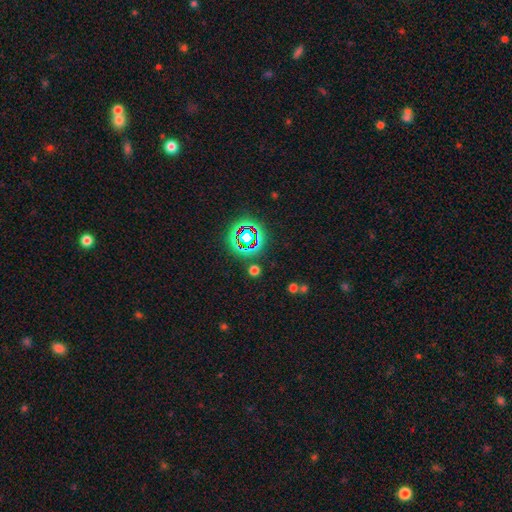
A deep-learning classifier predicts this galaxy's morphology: smooth-or-featured: star or artifact: 51% | smooth: 32% | featured or disk: 16%